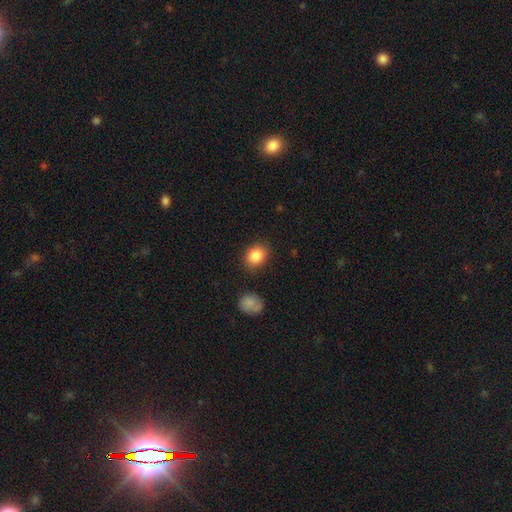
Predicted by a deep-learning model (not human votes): Smooth or featured: smooth — 86% (star or artifact — 9%)
How rounded: round — 57% (in between — 42%)
Merging: none — 83% (minor disturbance — 11%)